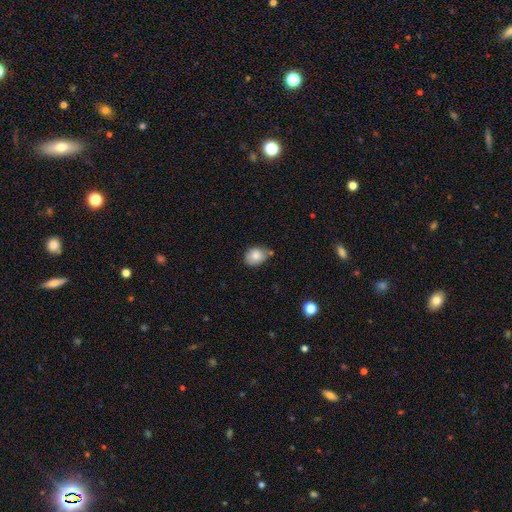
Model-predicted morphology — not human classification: Smooth or featured: smooth — 82% (featured or disk — 10%)
How rounded: in between — 58% (round — 41%)
Merging: none — 61% (minor disturbance — 27%)